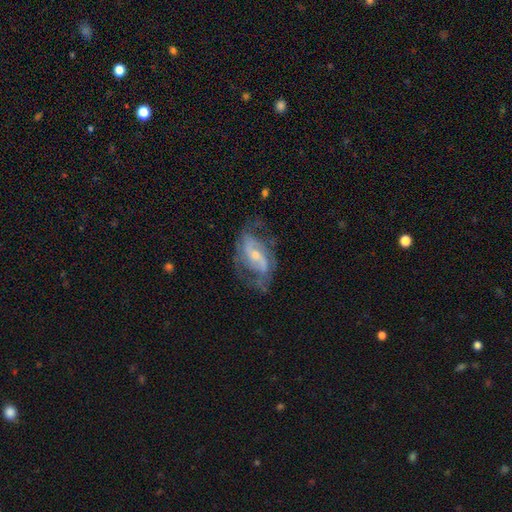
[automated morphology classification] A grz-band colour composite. It shows a featured or disk galaxy (83%) with a weak bar (42%), 2 (70%) medium (46%) spiral arms (91%) and a small central bulge (61%). Merging: none (59%).